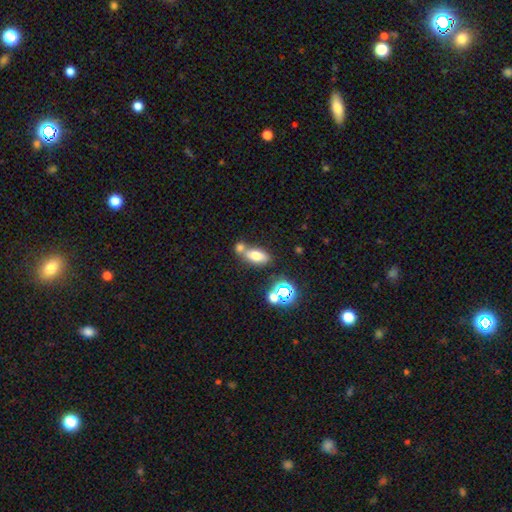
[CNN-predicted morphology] Smooth or featured?
  - smooth: 68% *
  - featured or disk: 17%
  - star or artifact: 15%
How rounded?
  - in between: 81% *
  - cigar-shaped: 10%
  - round: 9%
Merging?
  - none: 47% *
  - merger: 37%
  - minor disturbance: 12%
  - major disturbance: 5%